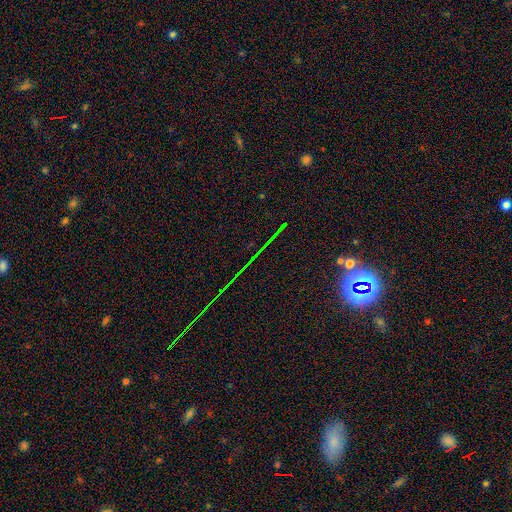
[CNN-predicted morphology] A star or artifact, not a galaxy (84%).